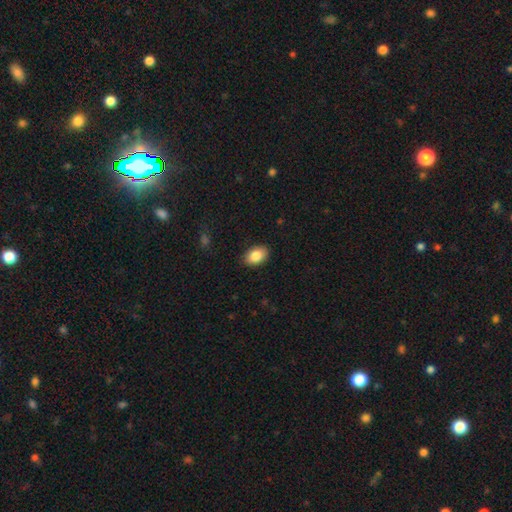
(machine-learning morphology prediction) Overall: smooth (86%). How rounded: in between (89%). Merging: none (88%).